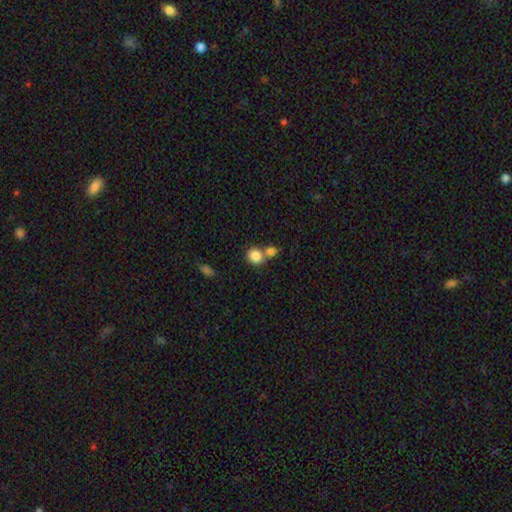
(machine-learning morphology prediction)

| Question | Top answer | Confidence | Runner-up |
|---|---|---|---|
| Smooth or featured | smooth | 84% | star or artifact (9%) |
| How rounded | round | 77% | in between (22%) |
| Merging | merger | 46% | none (43%) |